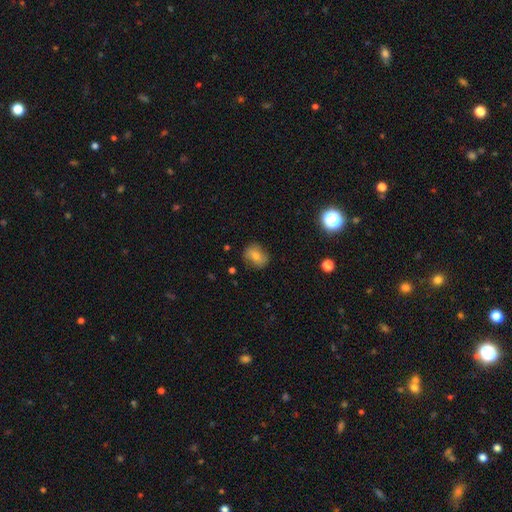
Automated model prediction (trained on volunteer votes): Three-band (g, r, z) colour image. It shows a smooth galaxy with no disk features (68%) that is round (53%). Merging: none (79%).